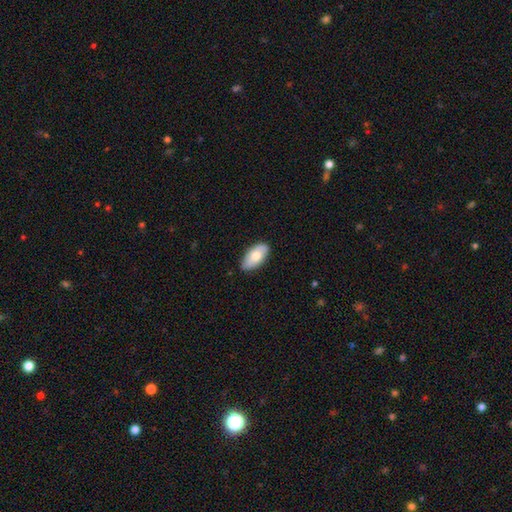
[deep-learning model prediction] A smooth galaxy with no disk features (72%) that is in between round and cigar-shaped (94%).

Vote fractions:
- Smooth or featured? smooth: 72% / featured or disk: 22% / star or artifact: 6%
- How rounded? in between: 94% / cigar-shaped: 3% / round: 3%
- Merging? none: 81% / minor disturbance: 16% / major disturbance: 2% / merger: 1%